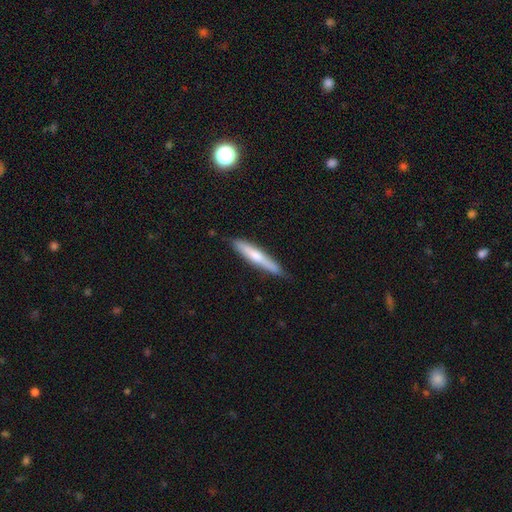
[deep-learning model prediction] Morphology: type=smooth (58%); roundness=cigar-shaped (91%); merging=none (83%).